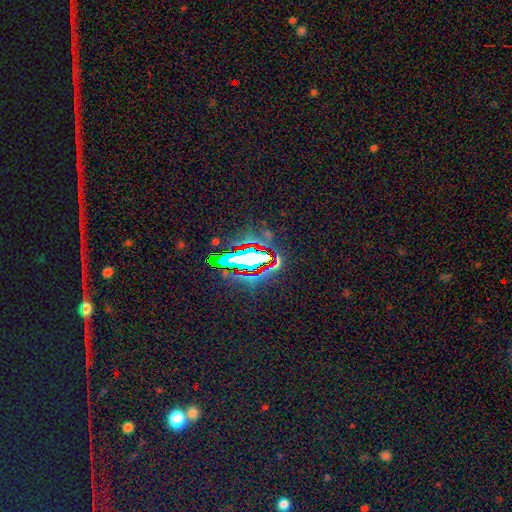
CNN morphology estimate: Q: Smooth or featured?
A: star or artifact (64%); runner-up: smooth (21%)